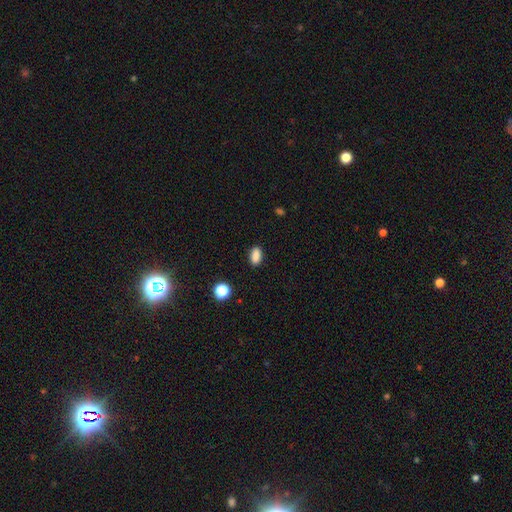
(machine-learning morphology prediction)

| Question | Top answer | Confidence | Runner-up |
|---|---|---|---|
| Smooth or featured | smooth | 86% | star or artifact (10%) |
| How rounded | in between | 87% | round (8%) |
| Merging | none | 87% | minor disturbance (9%) |